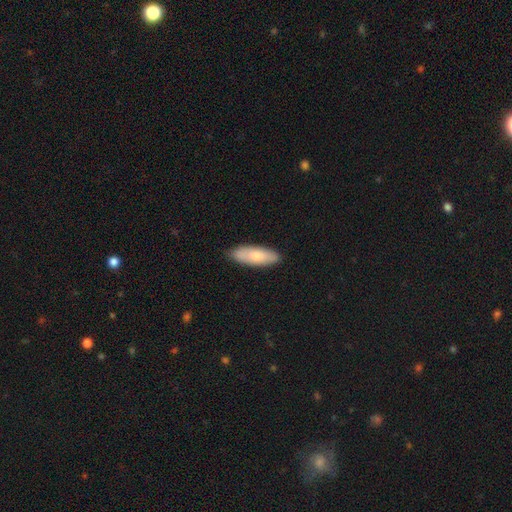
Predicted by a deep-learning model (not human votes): A smooth galaxy with no disk features (76%) that is in between round and cigar-shaped (66%). Merging: none (84%).